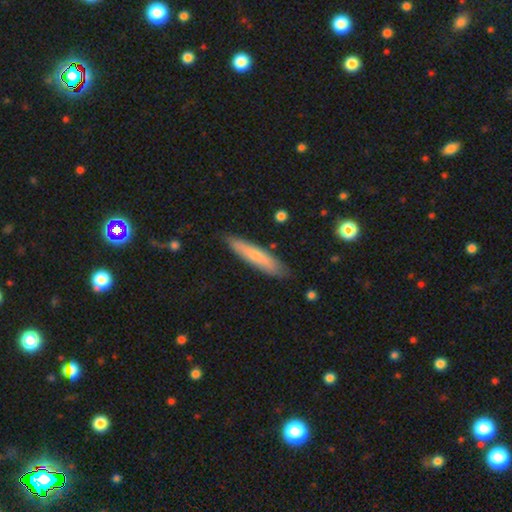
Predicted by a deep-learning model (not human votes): The model was most divided on "smooth or featured": smooth: 66%, featured or disk: 29%, star or artifact: 6%. More confident: how rounded — cigar-shaped (86%); merging — none (85%).